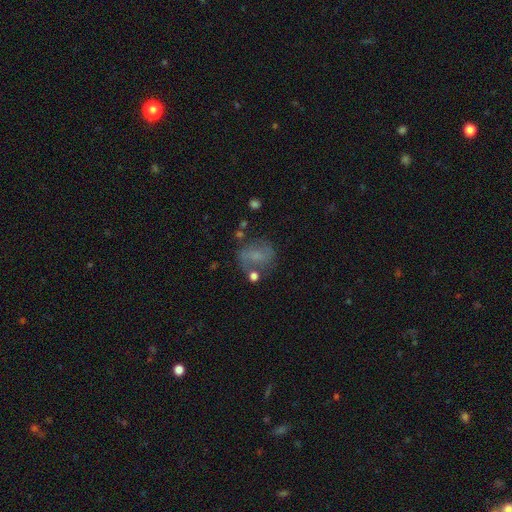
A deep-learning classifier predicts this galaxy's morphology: Q: Smooth or featured?
A: smooth (44%); runner-up: featured or disk (40%)
Q: Merging?
A: none (57%); runner-up: minor disturbance (20%)